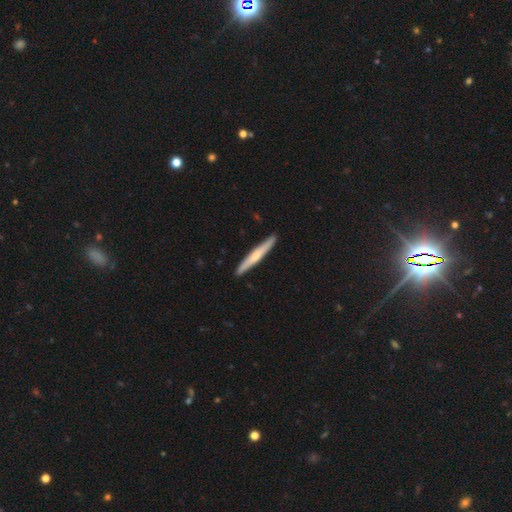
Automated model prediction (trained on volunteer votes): Q: Smooth or featured?
A: smooth (52%); runner-up: featured or disk (43%)
Q: How rounded?
A: cigar-shaped (96%); runner-up: in between (3%)
Q: Merging?
A: none (91%); runner-up: minor disturbance (7%)